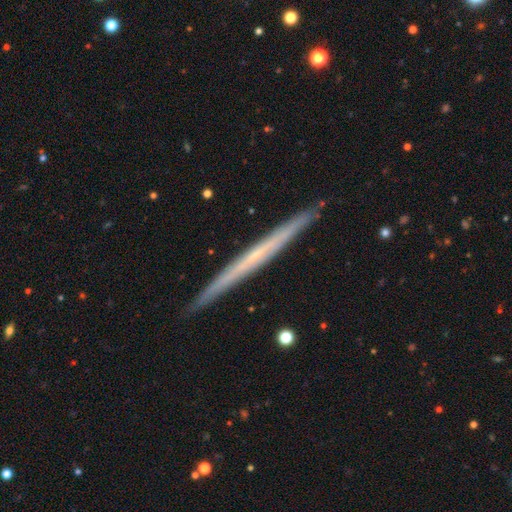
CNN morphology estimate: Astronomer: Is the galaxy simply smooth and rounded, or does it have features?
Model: featured or disk — 63%.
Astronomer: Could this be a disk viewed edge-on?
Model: yes — 97%.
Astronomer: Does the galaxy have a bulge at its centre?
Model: none — 86%.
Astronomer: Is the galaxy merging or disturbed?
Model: none — 92%.